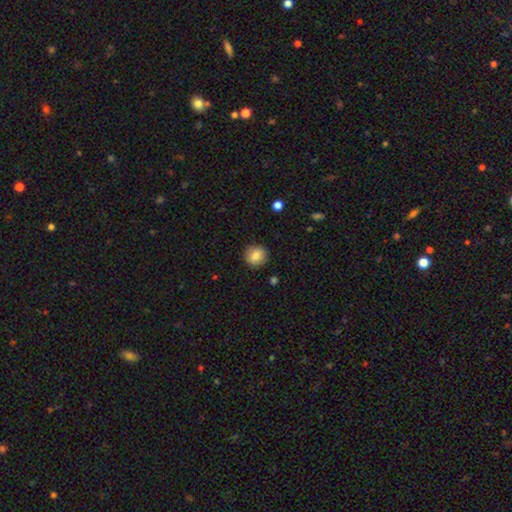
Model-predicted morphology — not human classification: Smooth or featured: smooth — 82% (featured or disk — 10%)
How rounded: round — 86% (in between — 13%)
Merging: none — 87% (minor disturbance — 9%)